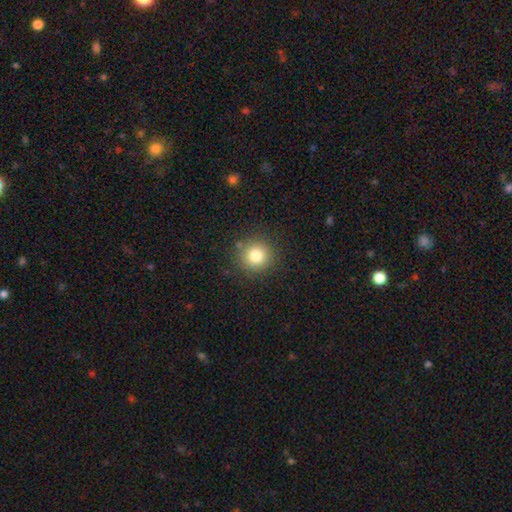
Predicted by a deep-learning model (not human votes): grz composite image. It shows a smooth galaxy with no disk features (81%) that is round (94%). Merging: none (88%).